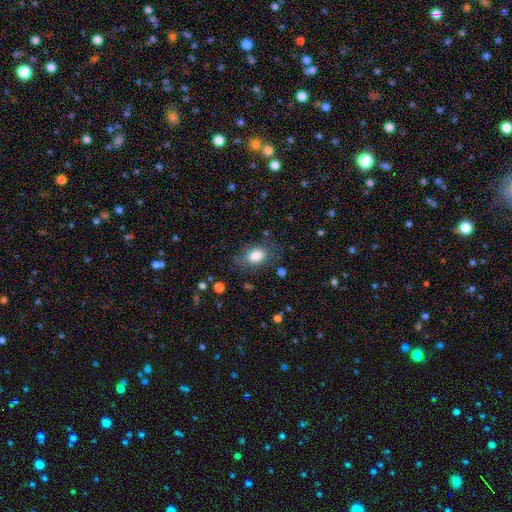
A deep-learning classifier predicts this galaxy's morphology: Overall: smooth (84%). How rounded: in between (79%). Merging: none (73%).